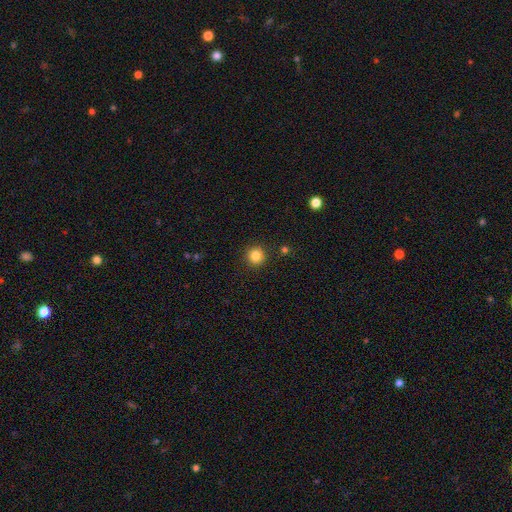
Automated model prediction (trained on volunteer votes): This appears to be a smooth galaxy with no disk features (84%) that is round (94%). Merging: none (90%).